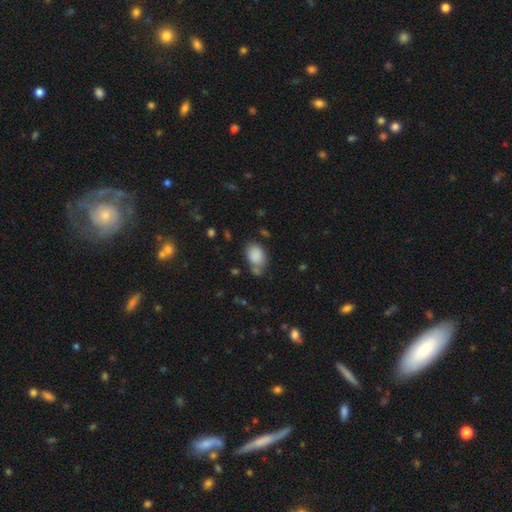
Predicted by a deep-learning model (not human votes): Smooth or featured? smooth (87%)
How rounded? in between (77%)
Merging? none (62%)